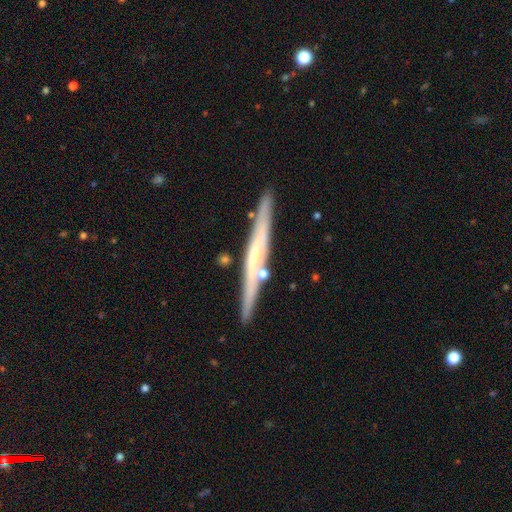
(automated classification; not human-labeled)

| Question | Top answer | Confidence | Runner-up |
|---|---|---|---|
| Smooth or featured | featured or disk | 71% | smooth (24%) |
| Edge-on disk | yes | 94% | no (6%) |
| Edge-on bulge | rounded | 54% | none (42%) |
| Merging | none | 83% | minor disturbance (10%) |